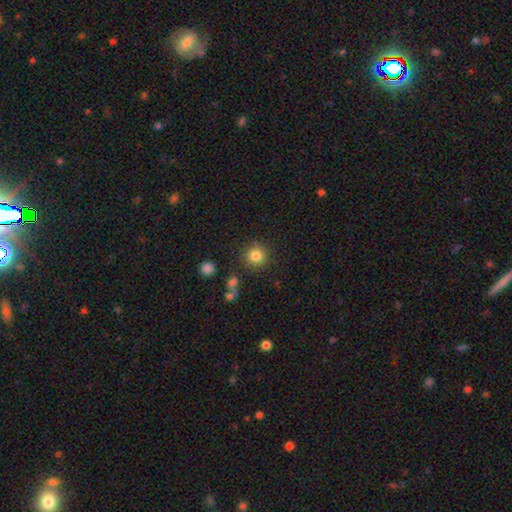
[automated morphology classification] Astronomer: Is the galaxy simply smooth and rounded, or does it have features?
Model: smooth — 82%.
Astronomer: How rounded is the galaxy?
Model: round — 93%.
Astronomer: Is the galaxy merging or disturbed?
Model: none — 84%.